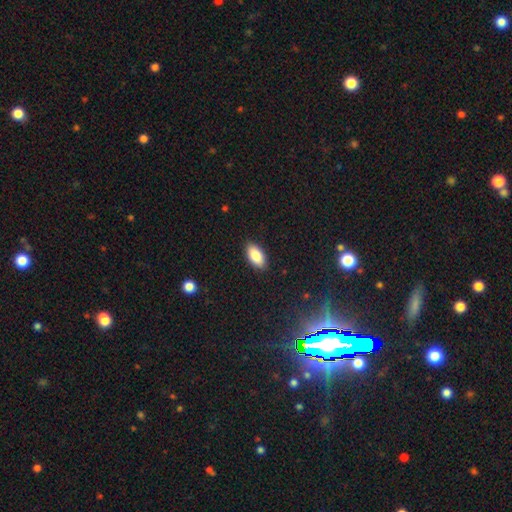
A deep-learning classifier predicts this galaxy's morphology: A smooth galaxy with no disk features (86%) that is in between round and cigar-shaped (93%).

Vote fractions:
- Smooth or featured? smooth: 86% / featured or disk: 7% / star or artifact: 7%
- How rounded? in between: 93% / cigar-shaped: 4% / round: 3%
- Merging? none: 88% / minor disturbance: 9% / major disturbance: 2% / merger: 1%